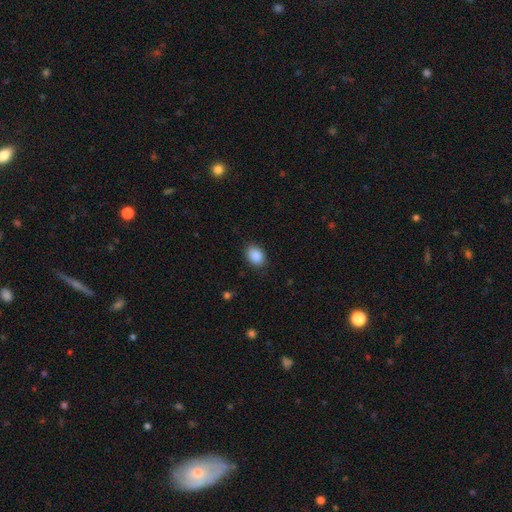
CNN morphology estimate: Smooth or featured: smooth — 89% (star or artifact — 8%)
How rounded: in between — 72% (round — 27%)
Merging: none — 85% (minor disturbance — 11%)